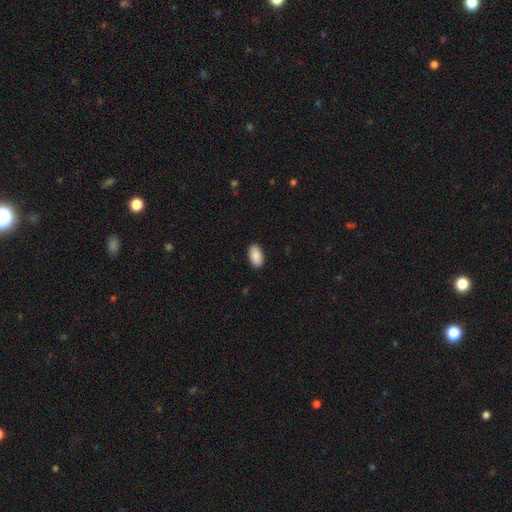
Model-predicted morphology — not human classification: Q: Smooth or featured?
A: smooth (90%); runner-up: star or artifact (6%)
Q: How rounded?
A: in between (95%); runner-up: round (3%)
Q: Merging?
A: none (90%); runner-up: minor disturbance (7%)